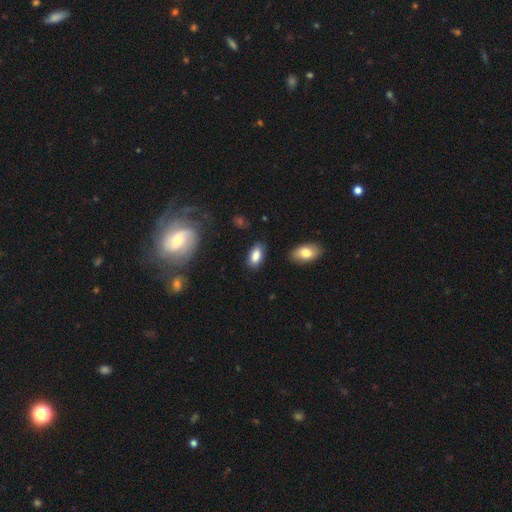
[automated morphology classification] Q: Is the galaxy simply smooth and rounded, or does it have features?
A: smooth — 84%.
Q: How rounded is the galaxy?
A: in between — 94%.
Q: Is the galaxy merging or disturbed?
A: none — 82%.